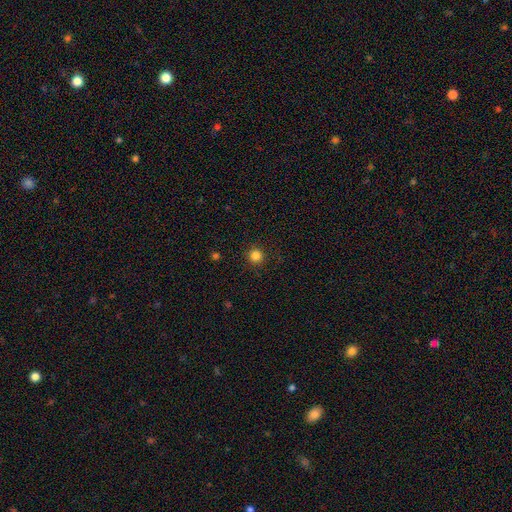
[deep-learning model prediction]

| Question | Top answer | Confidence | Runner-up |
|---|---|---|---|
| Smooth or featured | smooth | 84% | star or artifact (12%) |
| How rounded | round | 95% | in between (4%) |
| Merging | none | 92% | minor disturbance (5%) |